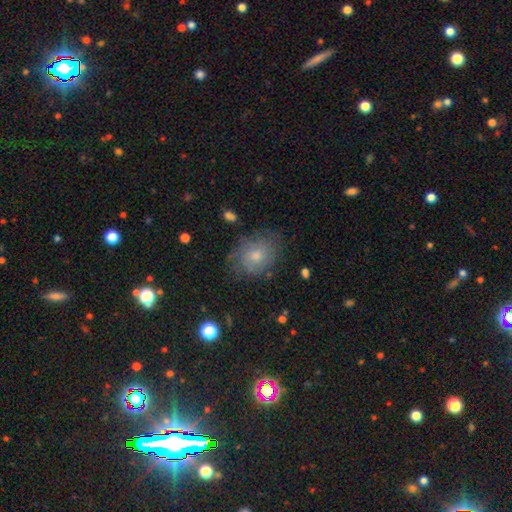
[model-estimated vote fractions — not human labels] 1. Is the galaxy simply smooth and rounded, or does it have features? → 48% smooth, 41% featured or disk, 11% star or artifact.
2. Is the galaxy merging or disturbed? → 66% none, 22% minor disturbance, 10% major disturbance, 2% merger.